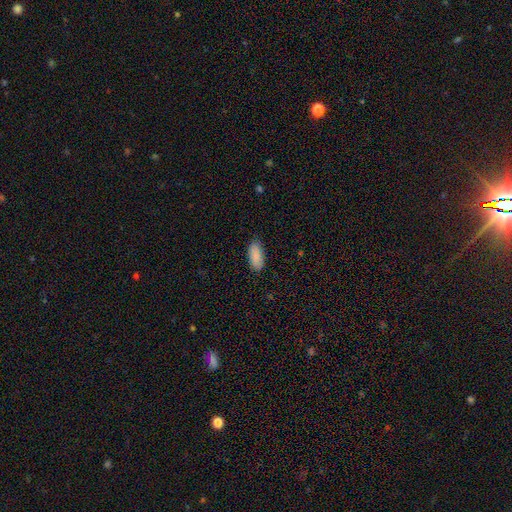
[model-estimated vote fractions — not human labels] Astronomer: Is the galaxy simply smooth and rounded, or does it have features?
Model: smooth — 89%.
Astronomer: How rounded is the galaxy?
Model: in between — 89%.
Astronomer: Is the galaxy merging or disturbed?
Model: none — 84%.